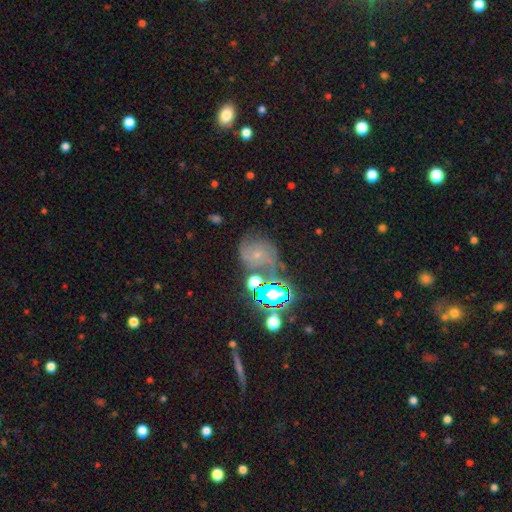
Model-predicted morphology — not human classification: Smooth or featured: featured or disk — 56% (star or artifact — 23%)
Edge-on disk: no — 97% (yes — 3%)
Bar: no — 73% (weak — 20%)
Spiral arms: yes — 91% (no — 9%)
Bulge size: small — 77% (moderate — 16%)
Merging: none — 56% (minor disturbance — 20%)